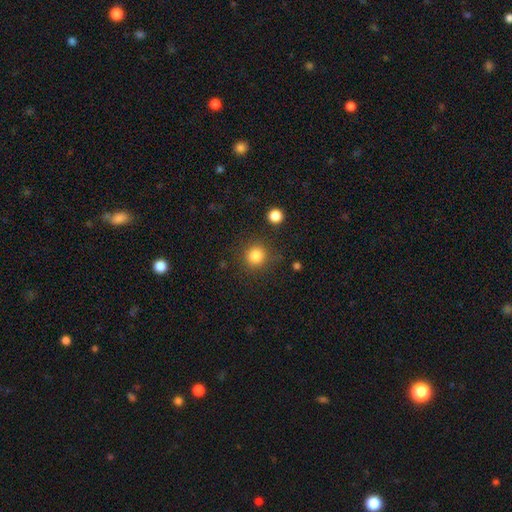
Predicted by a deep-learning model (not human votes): The model was most divided on "smooth or featured": smooth: 84%, star or artifact: 11%, featured or disk: 4%. More confident: how rounded — round (92%); merging — none (84%).